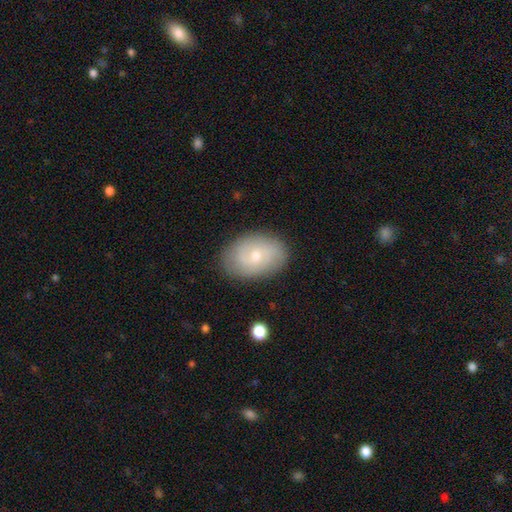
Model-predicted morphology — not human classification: Overall: featured or disk (47%; smooth 45%). Merging: none (83%).